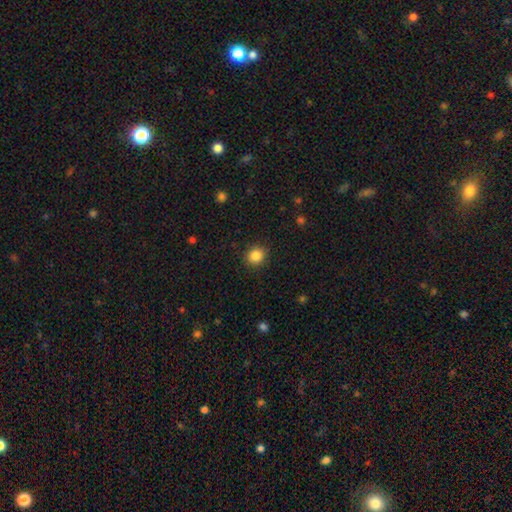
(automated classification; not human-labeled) Smooth or featured? Predicted: smooth (p=0.85). How rounded? Predicted: round (p=0.82). Merging? Predicted: none (p=0.90).